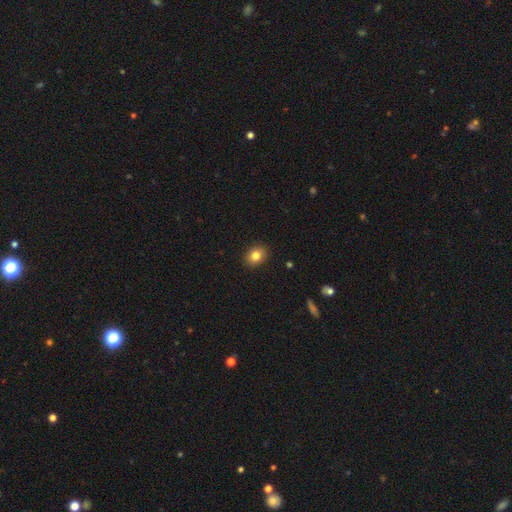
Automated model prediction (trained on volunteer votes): This is clearly a smooth galaxy (82%). How rounded: possibly round (51%). Merging: clearly none (90%).